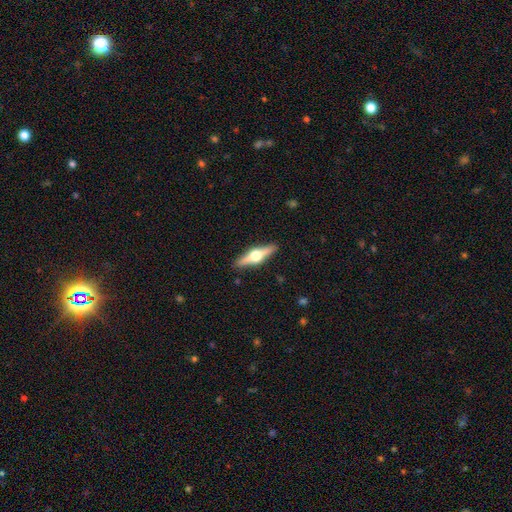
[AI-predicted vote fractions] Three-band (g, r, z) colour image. It shows a featured or disk galaxy (71%) viewed edge-on (97%) with a rounded central bulge (96%). Merging: none (91%).